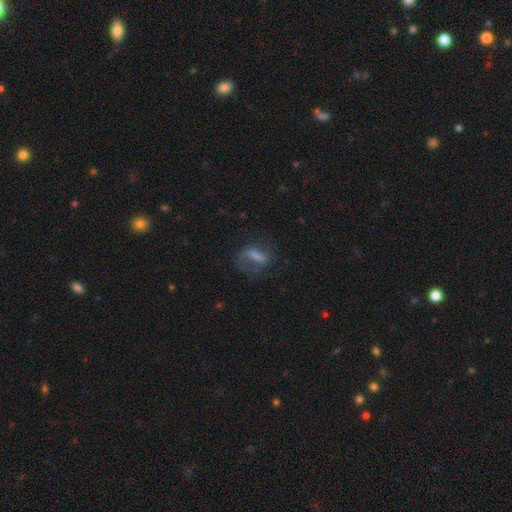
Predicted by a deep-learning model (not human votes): Overall: smooth (48%; featured or disk 39%). Merging: none (48%; major disturbance 28%).